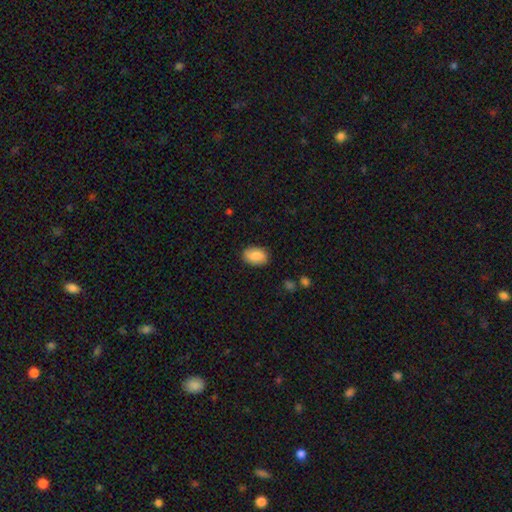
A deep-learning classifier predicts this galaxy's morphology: Overall: smooth (82%). How rounded: in between (85%). Merging: none (84%).